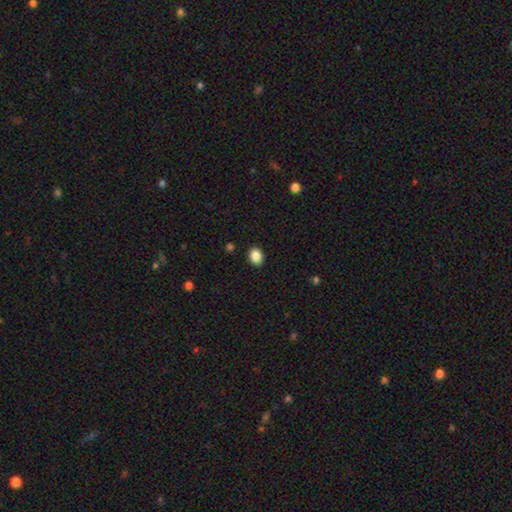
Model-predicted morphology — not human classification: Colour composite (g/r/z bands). It shows a smooth galaxy with no disk features (87%) that is round (52%). Merging: none (90%).